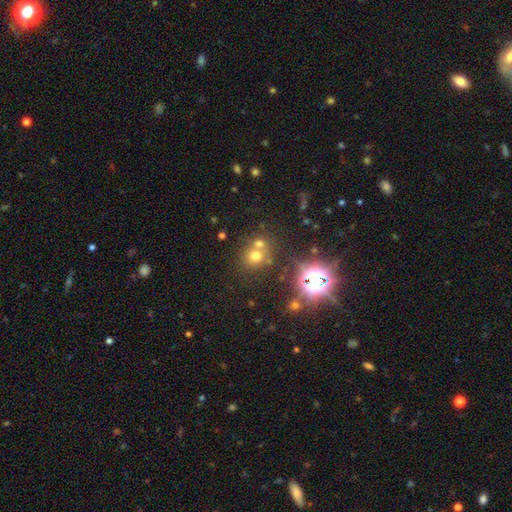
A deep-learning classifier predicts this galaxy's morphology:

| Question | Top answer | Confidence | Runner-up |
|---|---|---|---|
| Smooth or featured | smooth | 62% | star or artifact (26%) |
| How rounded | round | 82% | in between (17%) |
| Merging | none | 53% | merger (35%) |